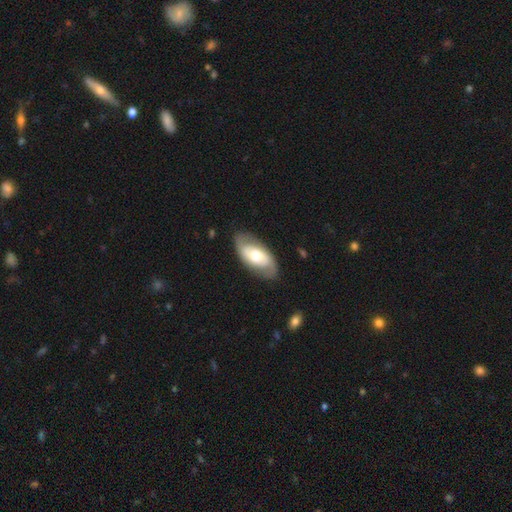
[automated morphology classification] Smooth or featured? featured or disk (58%)
Edge-on disk? no (90%)
Bar? no (58%)
Spiral arms? yes (65%)
Bulge size? moderate (69%)
Merging? none (79%)